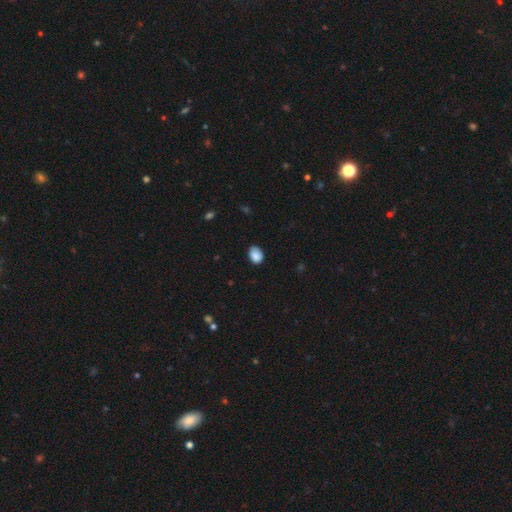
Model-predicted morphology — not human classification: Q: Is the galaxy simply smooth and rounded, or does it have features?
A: smooth — 87%.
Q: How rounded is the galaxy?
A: in between — 75%.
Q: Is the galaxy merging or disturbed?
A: none — 74%.